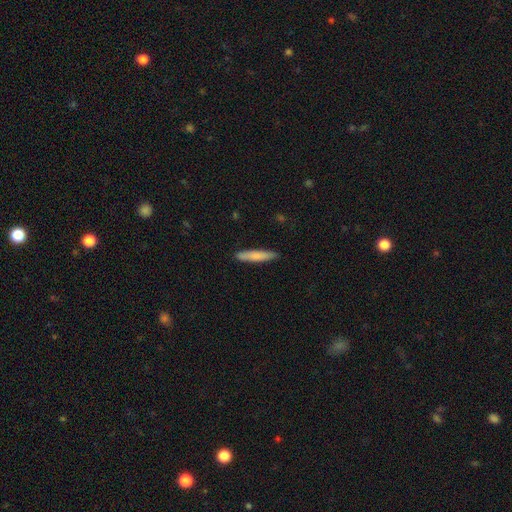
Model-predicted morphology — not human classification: Q: Smooth or featured?
A: smooth (79%); runner-up: featured or disk (16%)
Q: How rounded?
A: cigar-shaped (90%); runner-up: in between (8%)
Q: Merging?
A: none (89%); runner-up: minor disturbance (9%)